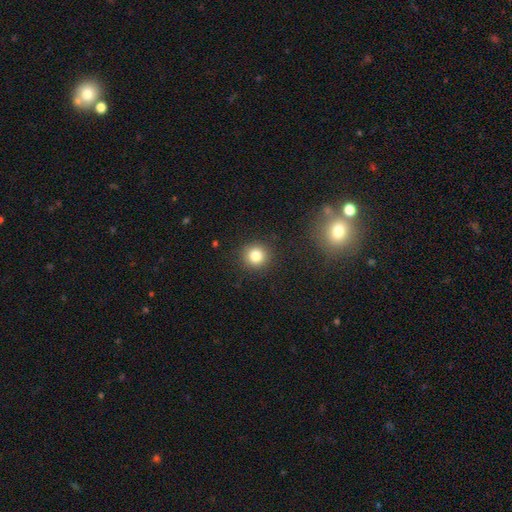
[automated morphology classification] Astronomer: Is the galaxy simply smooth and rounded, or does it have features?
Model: smooth — 82%.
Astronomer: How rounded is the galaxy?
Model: round — 93%.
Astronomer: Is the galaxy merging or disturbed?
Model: none — 90%.